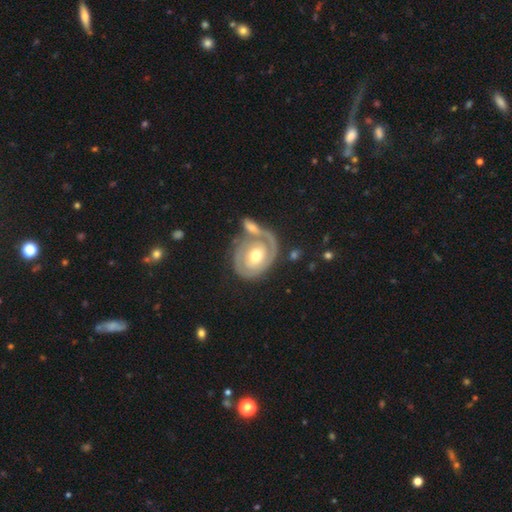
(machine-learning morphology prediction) This appears to be a featured or disk galaxy (78%) with no bar (71%), 2 (38%) tight (74%) spiral arms (84%) and a moderate central bulge (73%). Merging: none (48%).